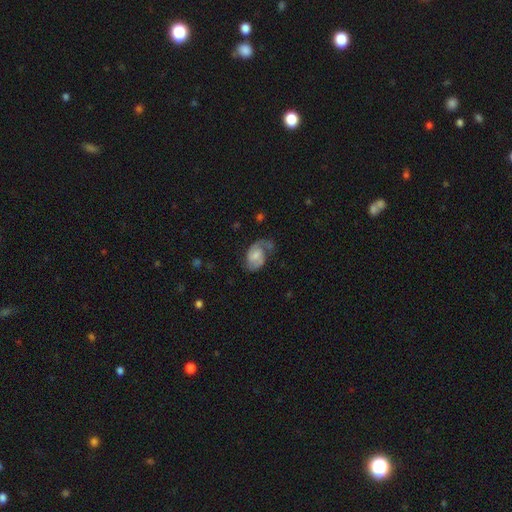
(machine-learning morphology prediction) type=featured or disk (70%); edge-on=no (97%); bar=no (45%, tied with weak); spiral arms=yes (92%); winding=medium (48%); arm count=2 (74%); bulge=small (43%); merging=none (50%).